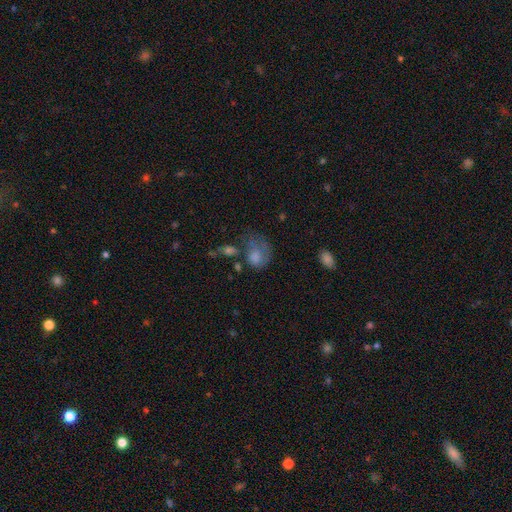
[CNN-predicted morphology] Overall: smooth (66%). How rounded: in between (58%; round 41%). Merging: major disturbance (45%; none 21%).